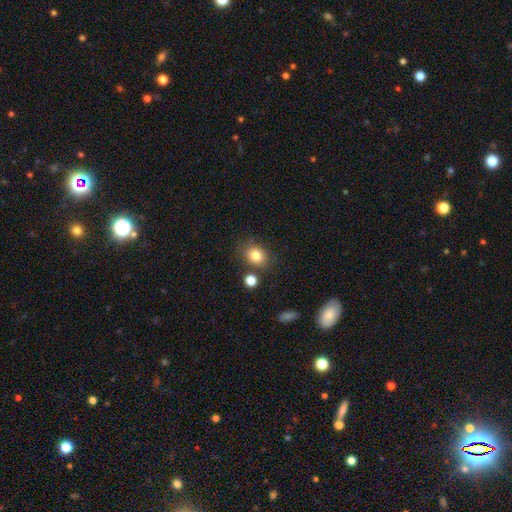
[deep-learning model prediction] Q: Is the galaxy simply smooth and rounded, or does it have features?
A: smooth — 81%.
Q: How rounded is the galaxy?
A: round — 57%.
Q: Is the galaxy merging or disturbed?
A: none — 75%.